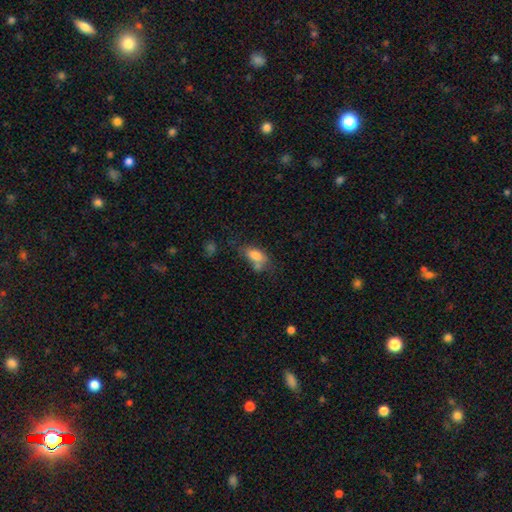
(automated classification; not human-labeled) smooth 77%, featured or disk 14%, star or artifact 9%. Down the decision tree: how rounded — in between (86%); merging — none (42%).